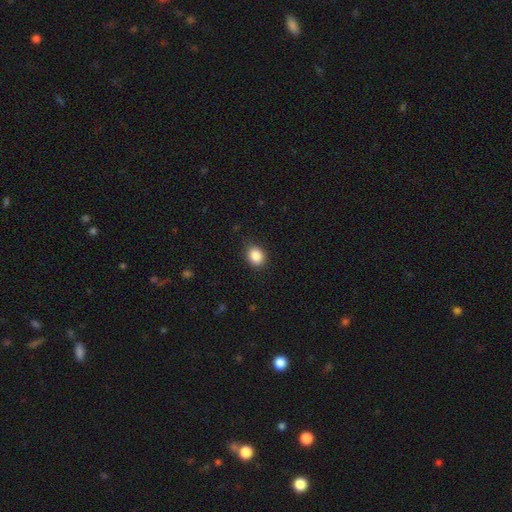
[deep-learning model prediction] Q: Smooth or featured?
A: smooth (87%); runner-up: star or artifact (9%)
Q: How rounded?
A: round (51%); runner-up: in between (48%)
Q: Merging?
A: none (85%); runner-up: minor disturbance (11%)